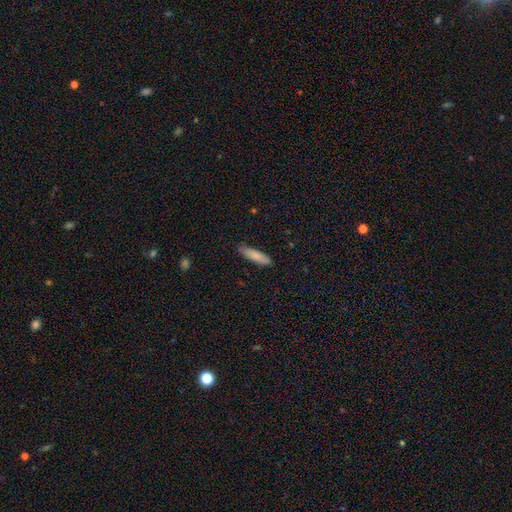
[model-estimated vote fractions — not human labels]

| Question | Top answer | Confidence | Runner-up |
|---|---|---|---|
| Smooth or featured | smooth | 83% | featured or disk (11%) |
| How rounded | cigar-shaped | 65% | in between (33%) |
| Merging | none | 81% | minor disturbance (15%) |